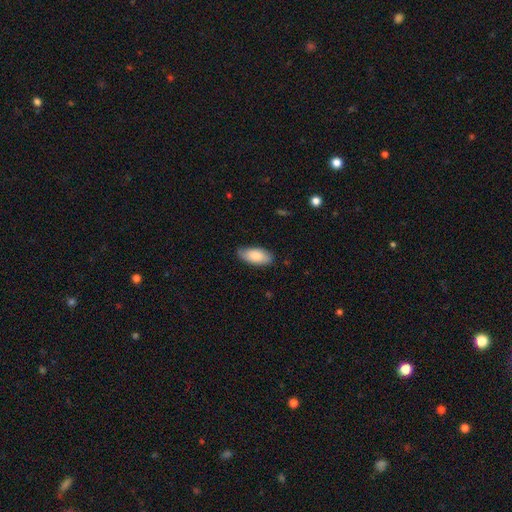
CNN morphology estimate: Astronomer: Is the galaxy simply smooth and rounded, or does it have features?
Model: smooth — 81%.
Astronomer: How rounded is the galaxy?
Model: in between — 91%.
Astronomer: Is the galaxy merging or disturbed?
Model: none — 82%.